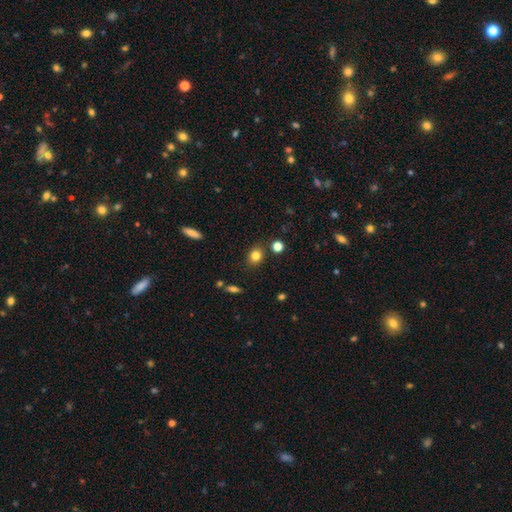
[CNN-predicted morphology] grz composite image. It shows a smooth galaxy with no disk features (82%) that is round (66%). Merging: none (83%).